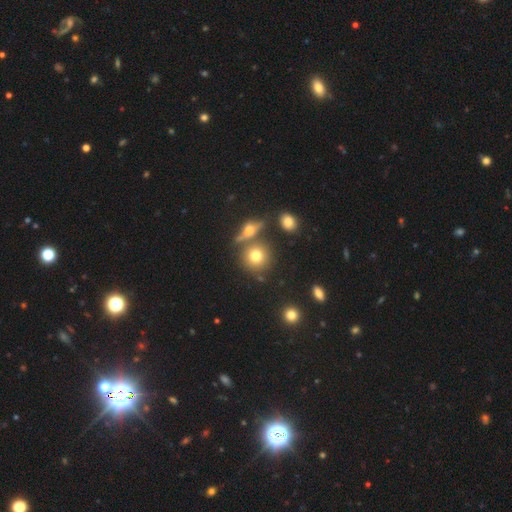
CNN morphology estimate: Smooth or featured?
  - smooth: 70% *
  - featured or disk: 16%
  - star or artifact: 13%
How rounded?
  - round: 88% *
  - in between: 11%
  - cigar-shaped: 2%
Merging?
  - none: 68% *
  - merger: 18%
  - minor disturbance: 9%
  - major disturbance: 4%